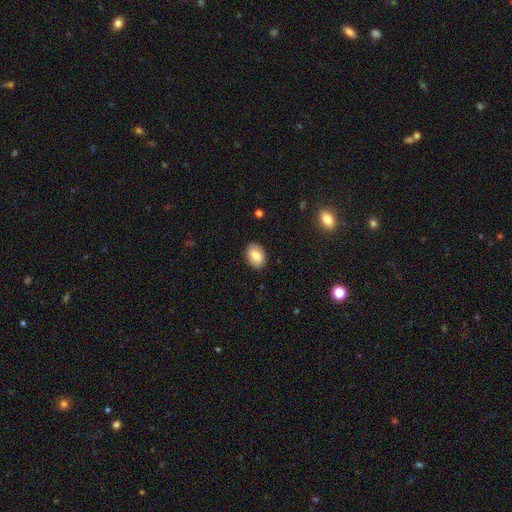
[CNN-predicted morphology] The model was most divided on "how rounded": in between: 80%, round: 19%, cigar-shaped: 1%. More confident: merging — none (89%); smooth or featured — smooth (81%).